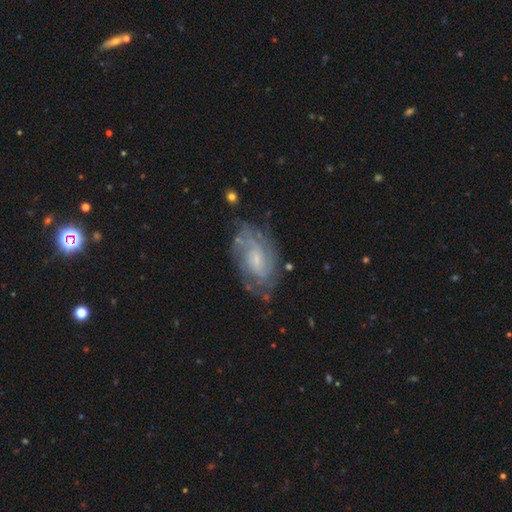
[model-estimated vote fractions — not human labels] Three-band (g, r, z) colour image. It shows a featured or disk galaxy (70%) with no bar (52%), tight (59%) spiral arms (88%) and a small central bulge (44%). Merging: none (75%).